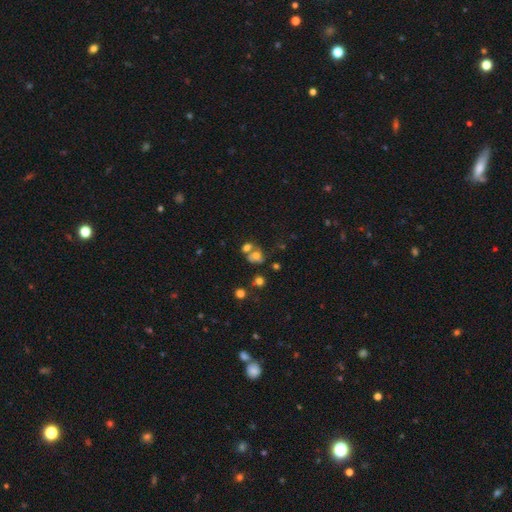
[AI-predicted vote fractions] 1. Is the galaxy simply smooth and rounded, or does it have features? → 55% smooth, 27% featured or disk, 18% star or artifact.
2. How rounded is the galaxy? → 54% round, 45% in between, 2% cigar-shaped.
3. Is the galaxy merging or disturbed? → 45% merger, 34% none, 12% minor disturbance, 8% major disturbance.